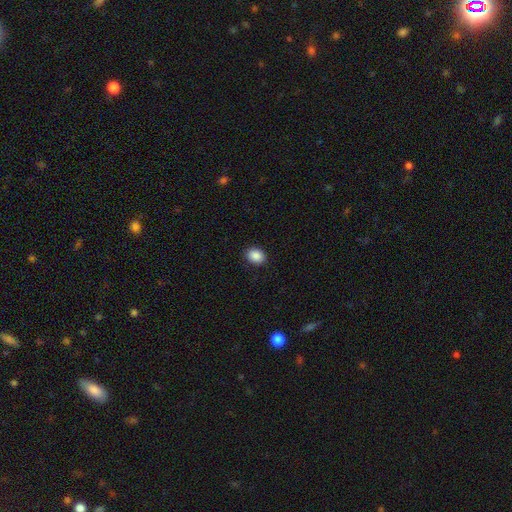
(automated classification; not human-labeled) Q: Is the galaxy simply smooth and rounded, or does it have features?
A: smooth — 89%.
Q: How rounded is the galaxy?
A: in between — 58%.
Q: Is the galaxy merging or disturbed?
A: none — 90%.